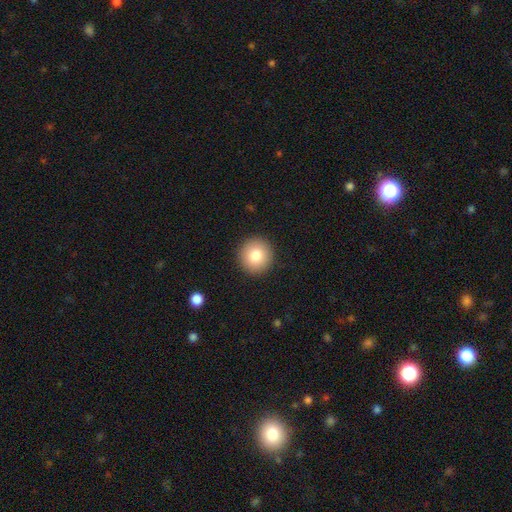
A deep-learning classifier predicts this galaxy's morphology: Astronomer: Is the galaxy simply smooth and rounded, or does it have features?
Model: smooth — 80%.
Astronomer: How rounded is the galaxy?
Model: round — 95%.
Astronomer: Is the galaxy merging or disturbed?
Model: none — 92%.